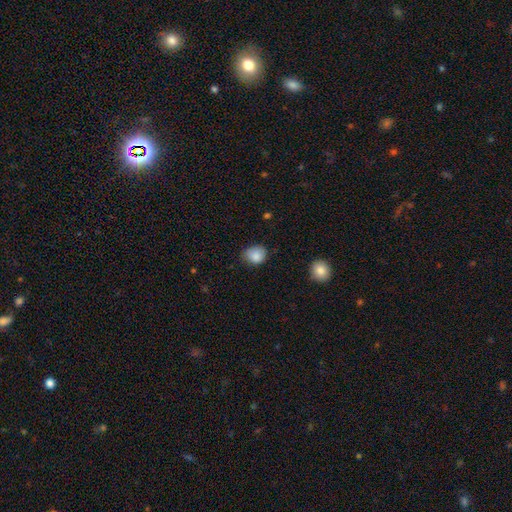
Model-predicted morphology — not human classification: This is clearly a smooth galaxy (86%). How rounded: likely round (65%). Merging: likely none (63%).